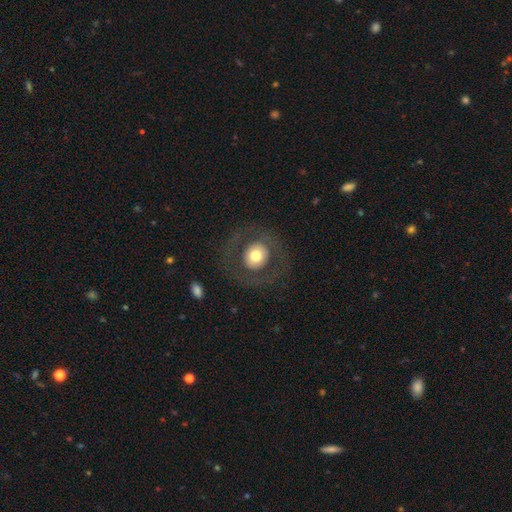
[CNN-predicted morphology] The model was most divided on "smooth or featured": smooth: 58%, featured or disk: 35%, star or artifact: 7%. More confident: how rounded — round (88%); merging — none (82%).